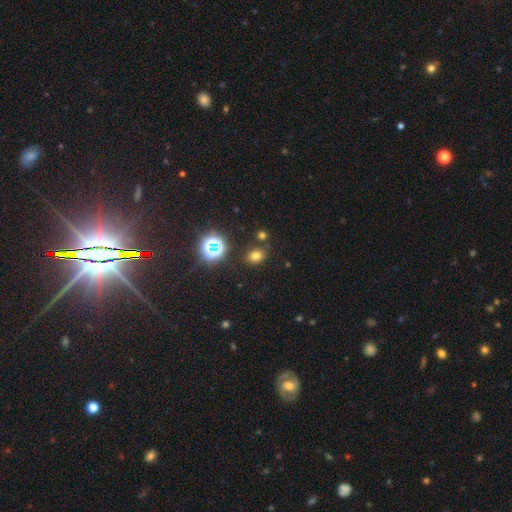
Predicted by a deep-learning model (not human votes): This appears to be a smooth galaxy with no disk features (68%) that is in between round and cigar-shaped (53%). Merging: none (81%).